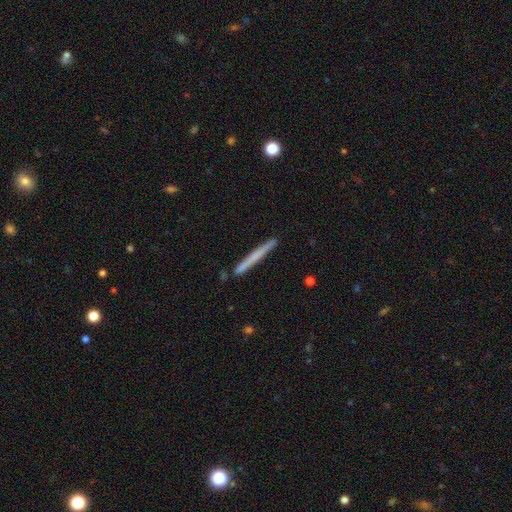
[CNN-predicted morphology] smooth_or_featured: smooth (p=0.50) [alt: featured or disk p=0.45]
merging: none (p=0.88) [alt: minor disturbance p=0.08]